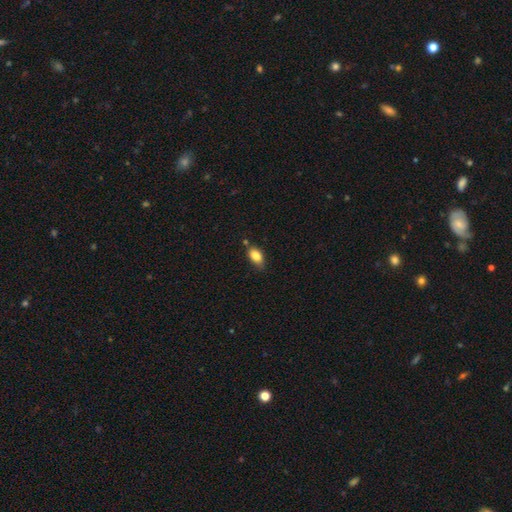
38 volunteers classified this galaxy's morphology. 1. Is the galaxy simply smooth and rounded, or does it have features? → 92% smooth, 8% star or artifact, 0% featured or disk.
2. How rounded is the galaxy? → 89% in between, 9% cigar-shaped, 3% round.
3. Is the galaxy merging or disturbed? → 69% none, 20% minor disturbance, 9% merger, 3% major disturbance.